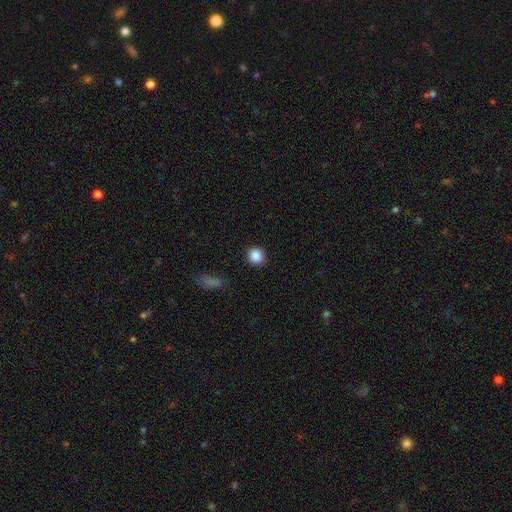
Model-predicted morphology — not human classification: smooth_or_featured: smooth (p=0.88) [alt: star or artifact p=0.09]
how_rounded: round (p=0.84) [alt: in between p=0.14]
merging: none (p=0.89) [alt: minor disturbance p=0.07]